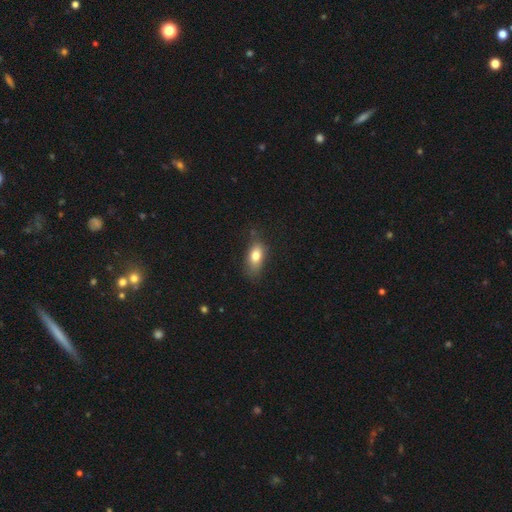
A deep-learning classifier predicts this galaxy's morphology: smooth_or_featured: smooth (p=0.77) [alt: featured or disk p=0.14]
how_rounded: in between (p=0.84) [alt: round p=0.09]
merging: none (p=0.66) [alt: minor disturbance p=0.25]